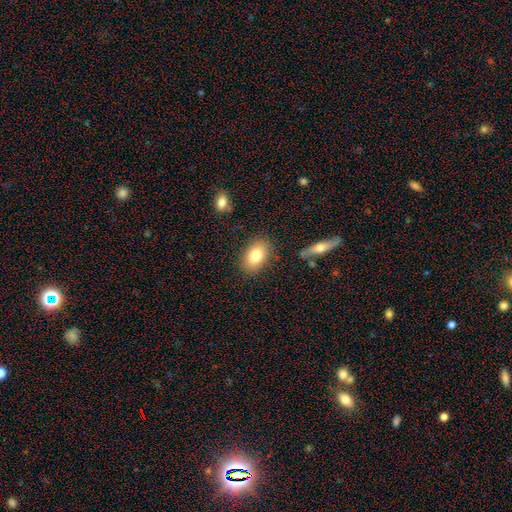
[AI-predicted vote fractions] The model was most divided on "smooth or featured": smooth: 79%, featured or disk: 13%, star or artifact: 8%. More confident: how rounded — in between (87%); merging — none (84%).